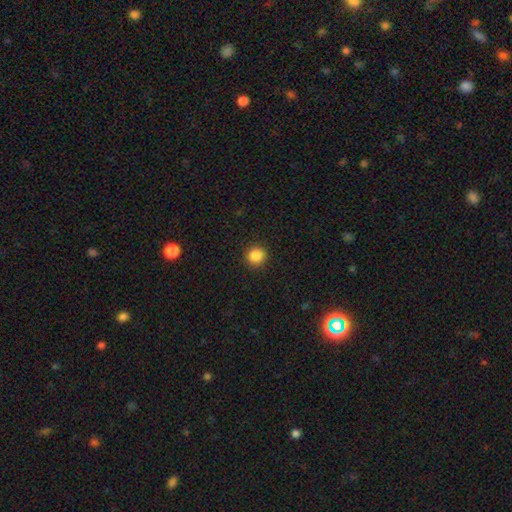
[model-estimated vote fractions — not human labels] This is clearly a smooth galaxy (86%). How rounded: clearly round (92%). Merging: clearly none (91%).